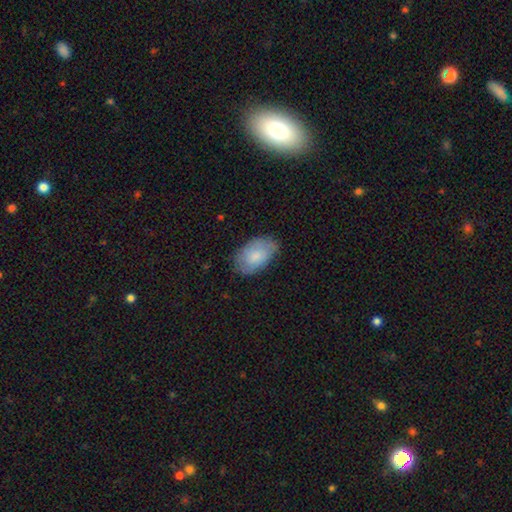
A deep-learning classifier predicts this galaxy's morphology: The model was most divided on "smooth or featured": smooth: 68%, featured or disk: 26%, star or artifact: 7%. More confident: how rounded — in between (92%); merging — none (72%).